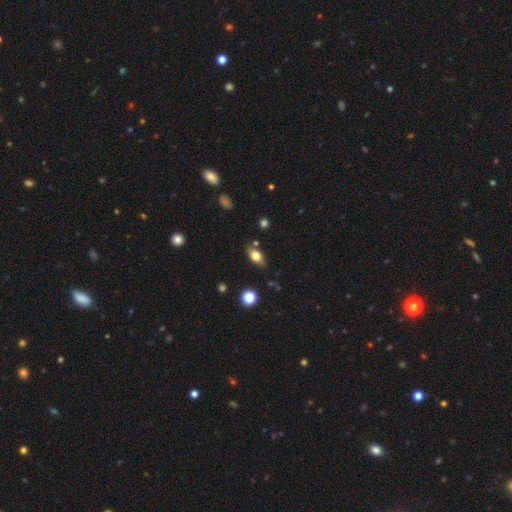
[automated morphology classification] Smooth or featured?
  - smooth: 72% *
  - featured or disk: 18%
  - star or artifact: 9%
How rounded?
  - in between: 83% *
  - round: 11%
  - cigar-shaped: 7%
Merging?
  - none: 76% *
  - minor disturbance: 16%
  - merger: 4%
  - major disturbance: 4%